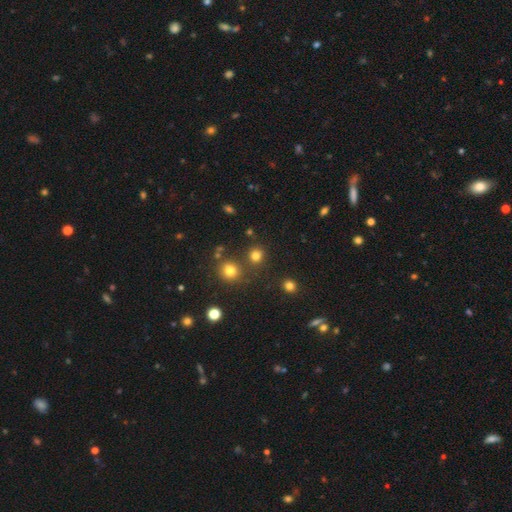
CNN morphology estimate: The model was most divided on "smooth or featured": smooth: 79%, star or artifact: 16%, featured or disk: 5%. More confident: how rounded — round (88%); merging — none (78%).